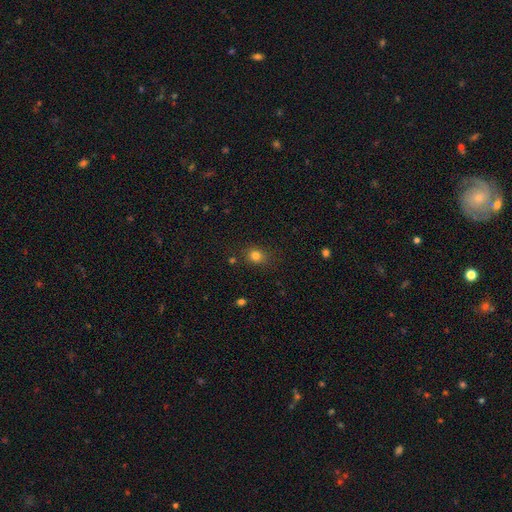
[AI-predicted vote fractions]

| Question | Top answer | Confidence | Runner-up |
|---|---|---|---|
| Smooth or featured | smooth | 80% | star or artifact (14%) |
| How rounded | round | 70% | in between (29%) |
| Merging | none | 82% | minor disturbance (12%) |